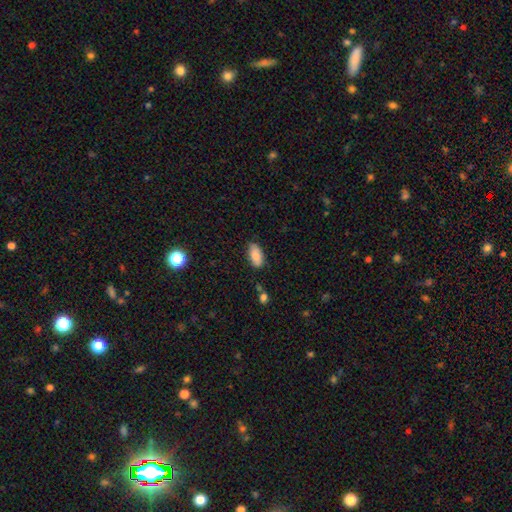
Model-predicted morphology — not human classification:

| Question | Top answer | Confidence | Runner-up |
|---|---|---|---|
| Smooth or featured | smooth | 83% | featured or disk (10%) |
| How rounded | in between | 93% | cigar-shaped (5%) |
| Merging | none | 80% | minor disturbance (15%) |